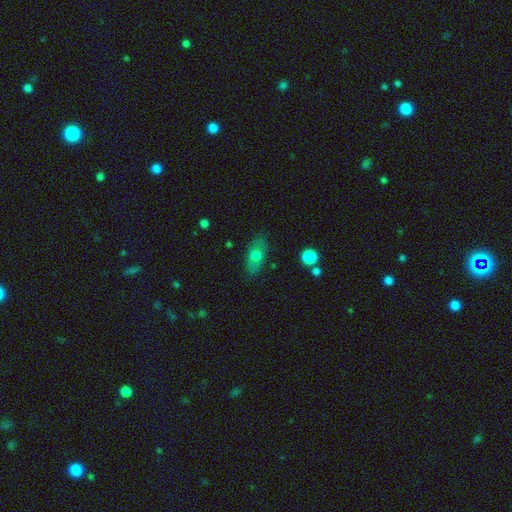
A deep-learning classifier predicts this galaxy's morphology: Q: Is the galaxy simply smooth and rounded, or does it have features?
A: smooth — 67%.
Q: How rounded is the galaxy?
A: in between — 84%.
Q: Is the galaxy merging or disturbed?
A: none — 80%.